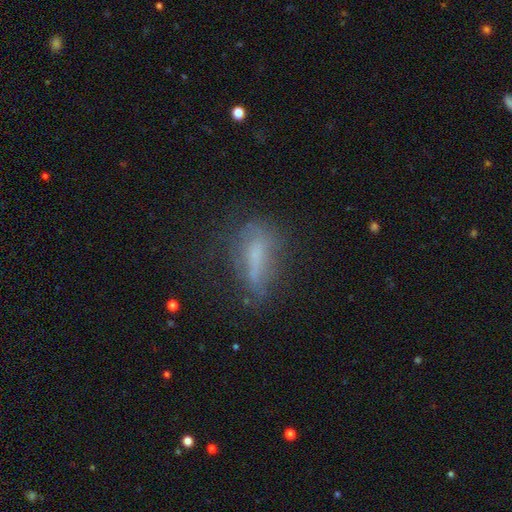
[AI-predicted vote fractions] smooth-or-featured: smooth: 53% | featured or disk: 32% | star or artifact: 15%
  how-rounded: in between: 50% | cigar-shaped: 46% | round: 4%
  merging: none: 50% | minor disturbance: 26% | major disturbance: 21% | merger: 3%